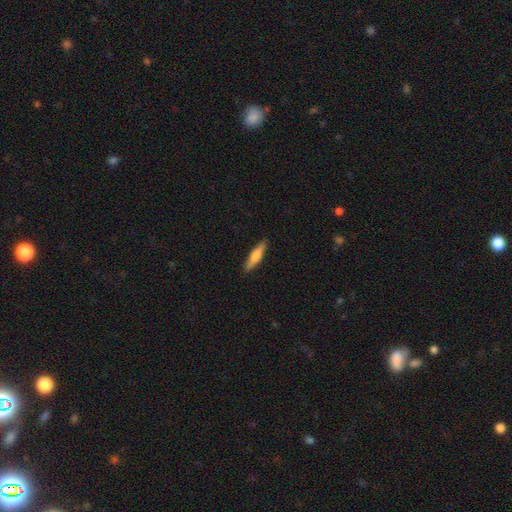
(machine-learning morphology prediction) Smooth or featured? Predicted: smooth (p=0.66). How rounded? Predicted: cigar-shaped (p=0.79). Merging? Predicted: none (p=0.89).